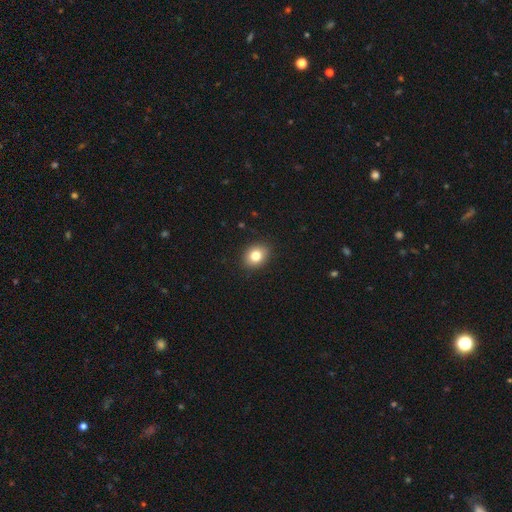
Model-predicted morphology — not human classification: smooth_or_featured: smooth (p=0.81) [alt: star or artifact p=0.10]
how_rounded: round (p=0.54) [alt: in between p=0.46]
merging: none (p=0.90) [alt: minor disturbance p=0.07]